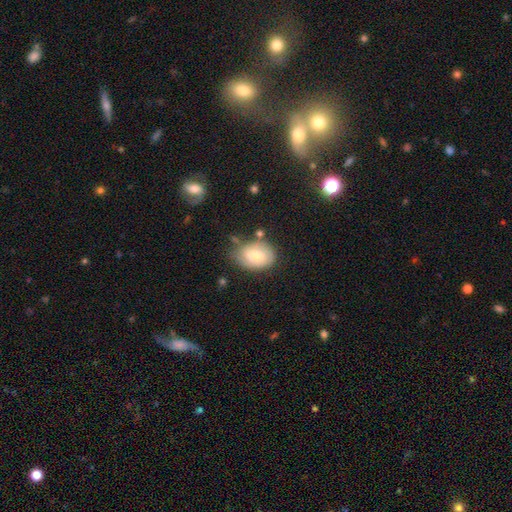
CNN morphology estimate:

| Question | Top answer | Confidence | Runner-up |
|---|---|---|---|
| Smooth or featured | smooth | 66% | featured or disk (26%) |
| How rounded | in between | 74% | round (25%) |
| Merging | none | 59% | minor disturbance (27%) |